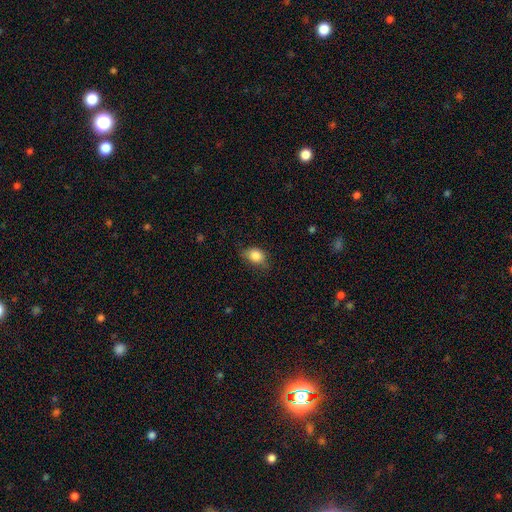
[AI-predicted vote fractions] This is clearly a smooth galaxy (84%). How rounded: likely in between (64%). Merging: likely none (63%).